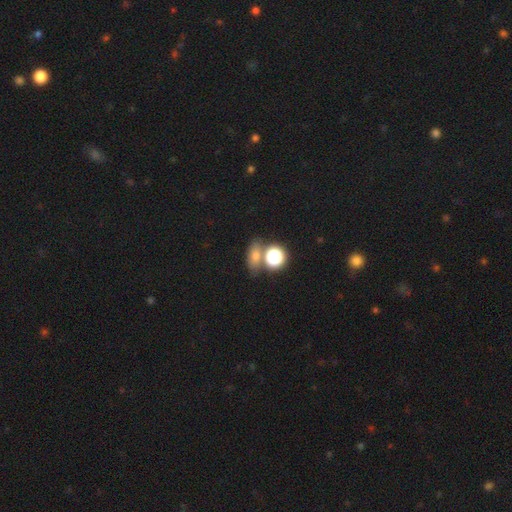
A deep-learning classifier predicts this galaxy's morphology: The model was most divided on "how rounded": in between: 62%, round: 34%, cigar-shaped: 5%. More confident: smooth or featured — smooth (65%); merging — none (59%).